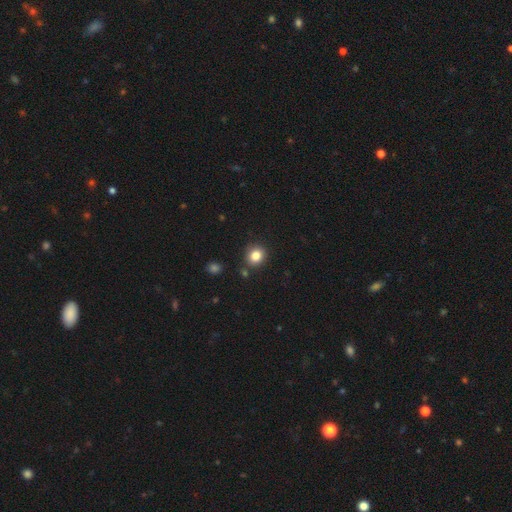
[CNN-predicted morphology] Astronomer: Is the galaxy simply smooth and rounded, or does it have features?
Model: smooth — 83%.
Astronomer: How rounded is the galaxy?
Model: round — 80%.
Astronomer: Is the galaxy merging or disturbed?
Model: none — 84%.